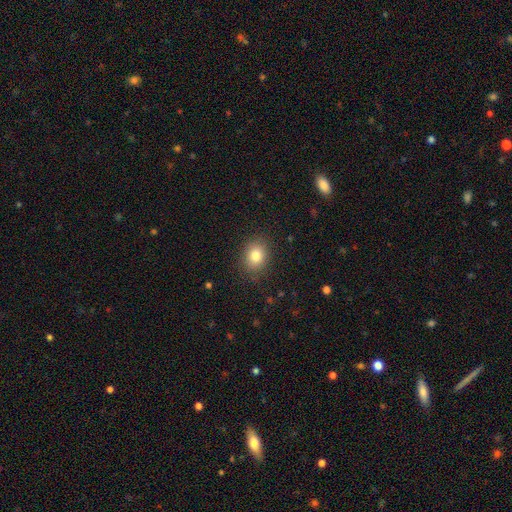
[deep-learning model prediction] Smooth or featured? Predicted: smooth (p=0.81). How rounded? Predicted: round (p=0.51). Merging? Predicted: none (p=0.87).